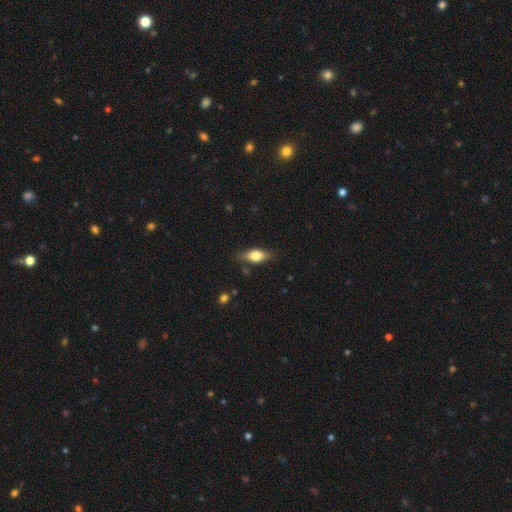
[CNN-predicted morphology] Overall: smooth (69%). How rounded: in between (78%). Merging: none (77%).